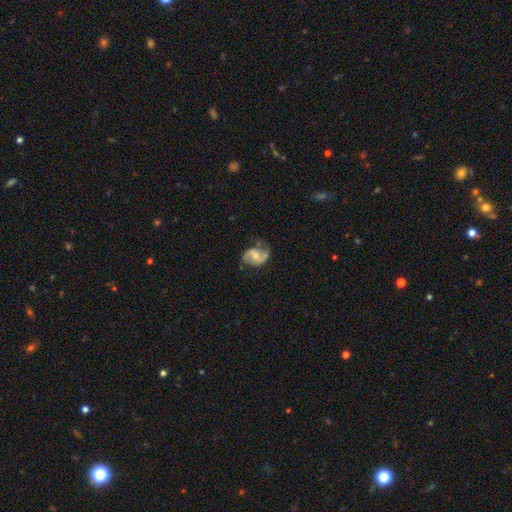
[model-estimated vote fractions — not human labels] smooth-or-featured: featured or disk: 76% | smooth: 17% | star or artifact: 6%
  disk-edge-on: no: 98% | yes: 2%
    bar: no: 49% | weak: 40% | strong: 12%
    has-spiral-arms: yes: 92% | no: 8%
      spiral-winding: medium: 44% | loose: 42% | tight: 14%
      spiral-arm-count: 2: 88% | can't tell: 5% | 1: 4% | 3: 1% | 4: 1% | more than 4: 1%
    bulge-size: moderate: 54% | small: 38% | none: 4% | large: 3% | dominant: 1%
  merging: none: 64% | minor disturbance: 23% | major disturbance: 11% | merger: 2%